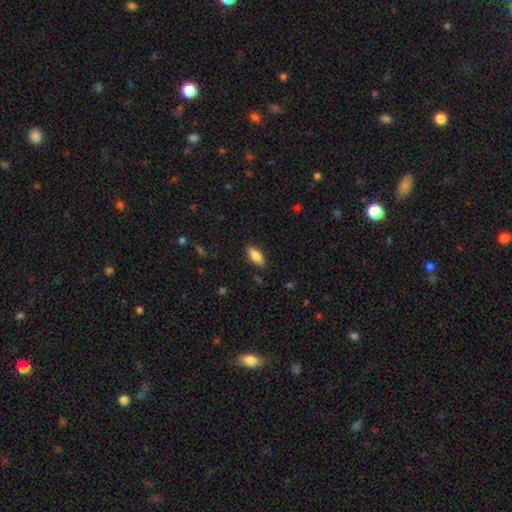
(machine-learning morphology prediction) This appears to be a smooth galaxy with no disk features (84%) that is in between round and cigar-shaped (86%). Merging: none (86%).